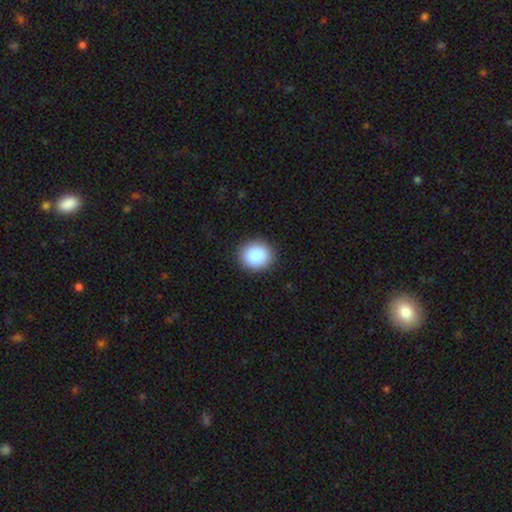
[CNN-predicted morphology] This appears to be a smooth galaxy with no disk features (87%) that is round (75%). Merging: none (91%).